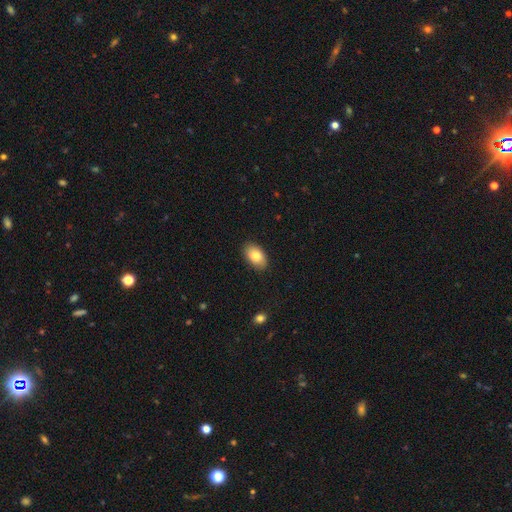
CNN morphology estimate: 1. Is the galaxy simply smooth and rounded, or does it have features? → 83% smooth, 10% featured or disk, 7% star or artifact.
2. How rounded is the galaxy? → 92% in between, 6% round, 1% cigar-shaped.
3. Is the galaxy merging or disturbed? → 88% none, 9% minor disturbance, 2% major disturbance, 1% merger.